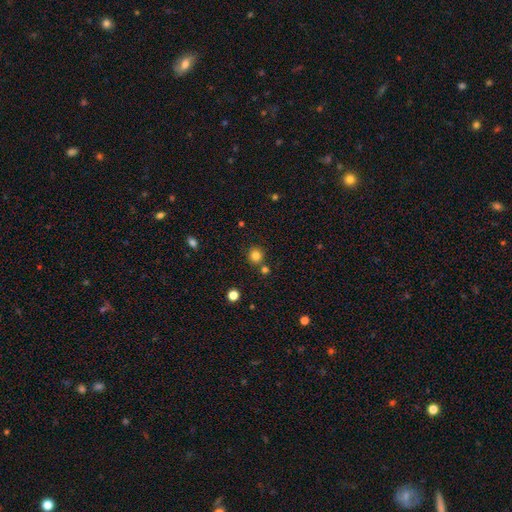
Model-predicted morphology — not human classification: This appears to be a smooth galaxy with no disk features (82%) that is round (93%). Merging: none (79%).